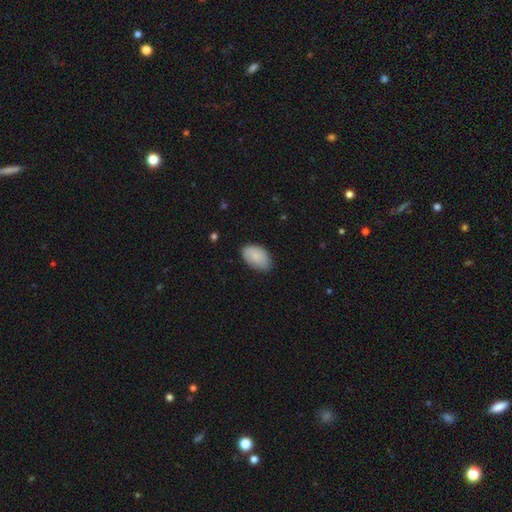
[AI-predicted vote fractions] Smooth or featured? smooth (86%)
How rounded? in between (93%)
Merging? none (76%)